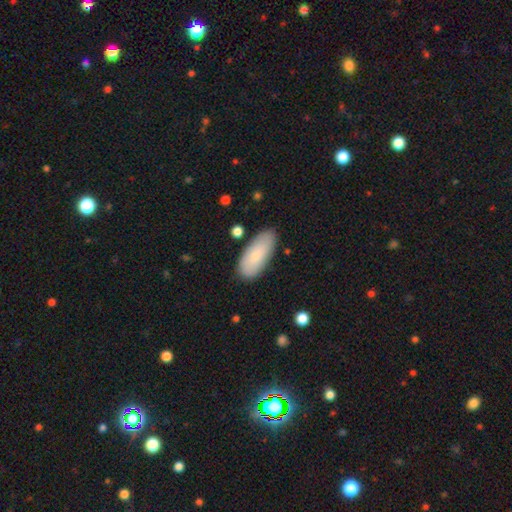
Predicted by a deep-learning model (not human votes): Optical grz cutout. It shows a smooth galaxy with no disk features (79%) that is in between round and cigar-shaped (86%). Merging: none (82%).